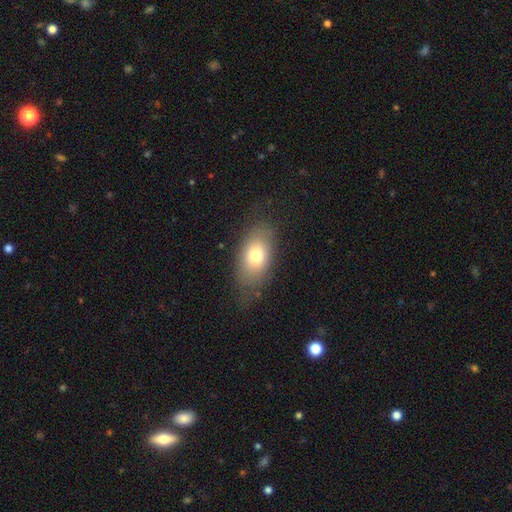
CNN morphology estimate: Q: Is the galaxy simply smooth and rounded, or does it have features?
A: smooth — 73%.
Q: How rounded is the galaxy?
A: in between — 86%.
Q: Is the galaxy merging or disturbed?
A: none — 73%.